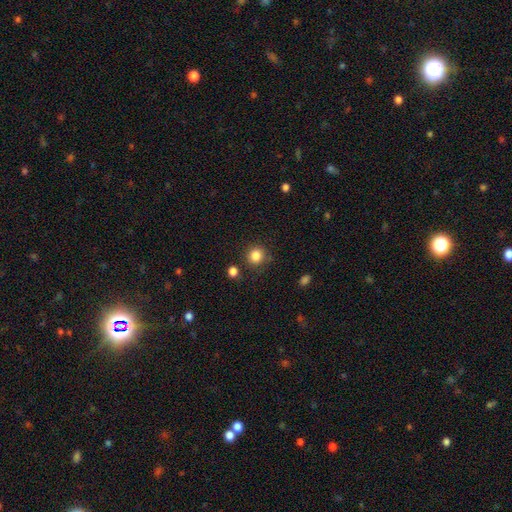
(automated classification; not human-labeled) The model was most divided on "smooth or featured": smooth: 85%, star or artifact: 11%, featured or disk: 4%. More confident: how rounded — round (90%); merging — none (84%).